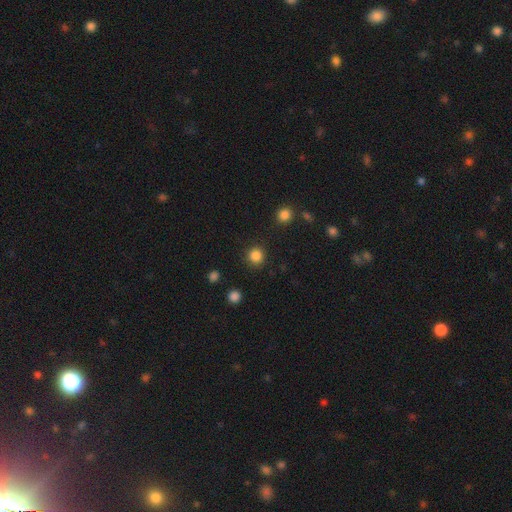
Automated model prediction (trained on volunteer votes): This is clearly a smooth galaxy (85%). How rounded: clearly round (94%). Merging: clearly none (90%).